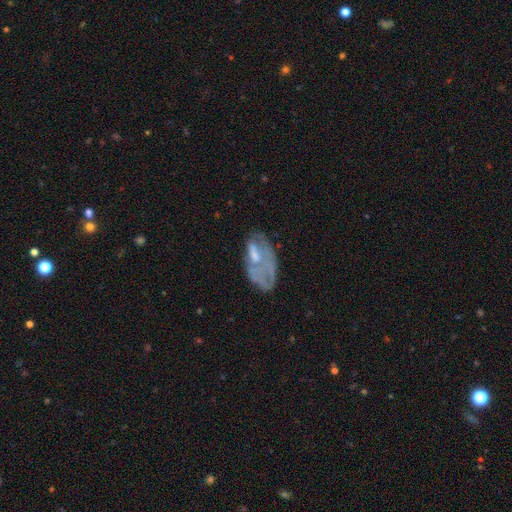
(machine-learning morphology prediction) featured or disk 54%, smooth 36%, star or artifact 10%. Down the decision tree: edge-on disk — no (93%); bar — no (77%); spiral arms — no (75%); bulge size — moderate (35%); merging — none (37%).